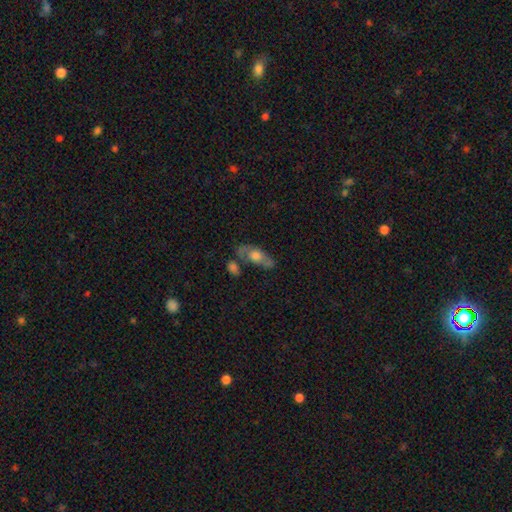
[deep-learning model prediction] featured or disk 50%, smooth 42%, star or artifact 8%. Down the decision tree: merging — none (52%).